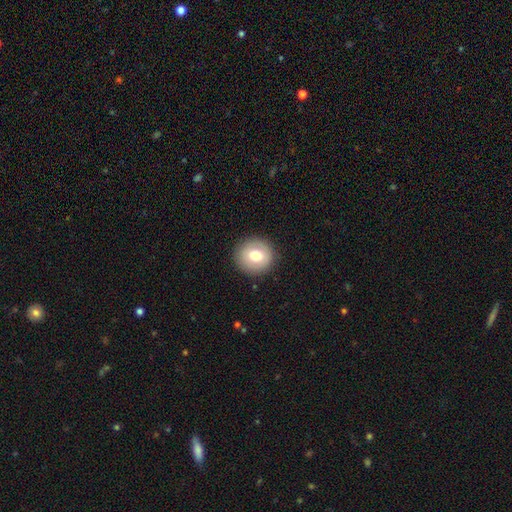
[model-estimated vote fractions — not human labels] smooth 74%, featured or disk 18%, star or artifact 8%. Down the decision tree: how rounded — round (89%); merging — none (90%).